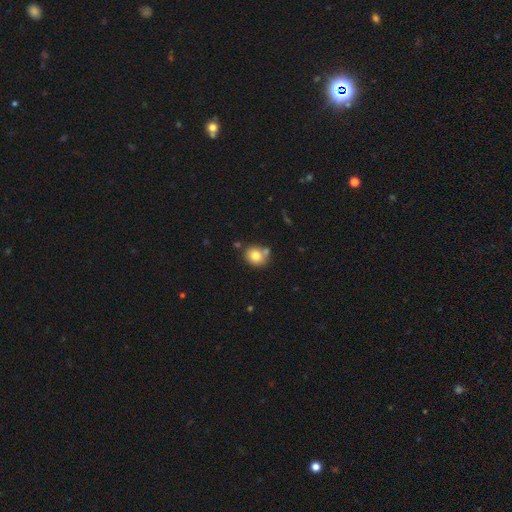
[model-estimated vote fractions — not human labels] Morphology: type=smooth (79%); roundness=round (75%); merging=none (65%).